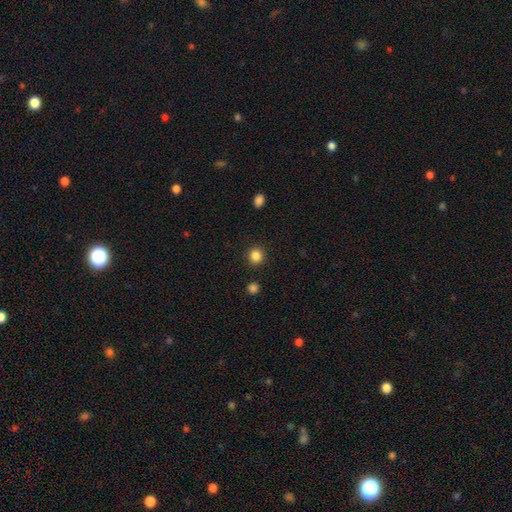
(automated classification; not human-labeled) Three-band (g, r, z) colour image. It shows a smooth galaxy with no disk features (86%) that is round (88%). Merging: none (91%).